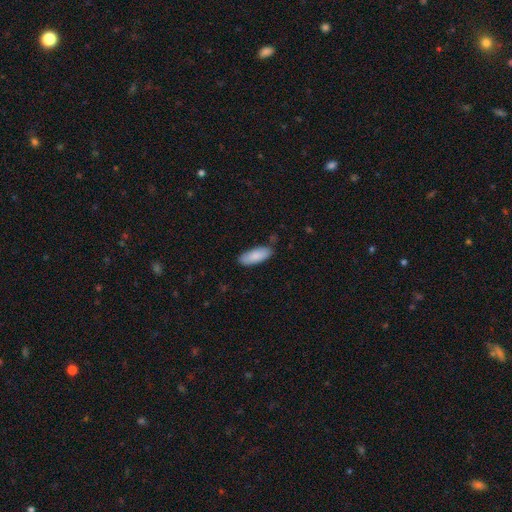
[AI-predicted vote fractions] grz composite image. It shows a smooth galaxy with no disk features (87%) that is in between round and cigar-shaped (75%). Merging: none (82%).